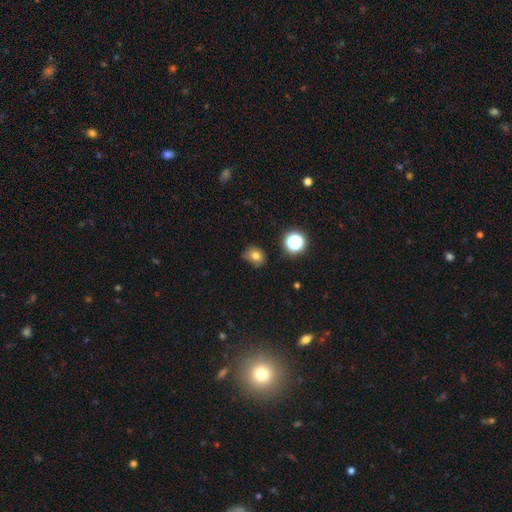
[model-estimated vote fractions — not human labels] Q: Smooth or featured?
A: smooth (75%); runner-up: star or artifact (16%)
Q: How rounded?
A: round (62%); runner-up: in between (37%)
Q: Merging?
A: none (67%); runner-up: minor disturbance (25%)